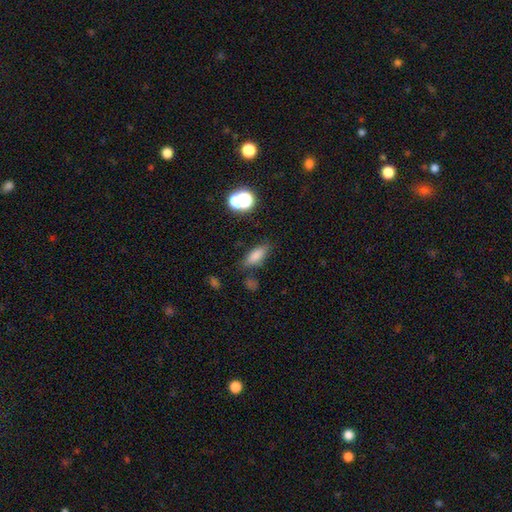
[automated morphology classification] Overall: smooth (78%). How rounded: in between (69%). Merging: none (75%).